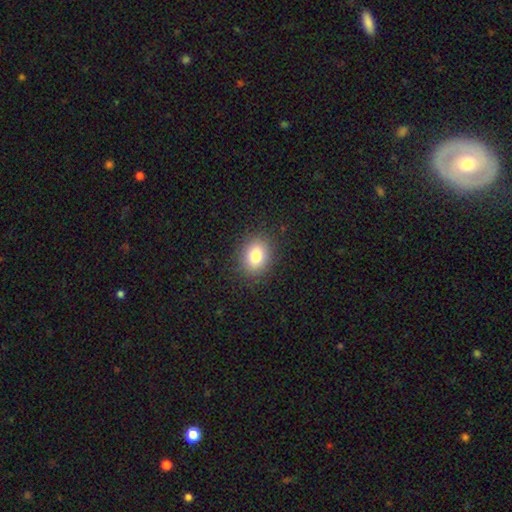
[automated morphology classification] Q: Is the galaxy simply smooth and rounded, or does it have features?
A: smooth — 81%.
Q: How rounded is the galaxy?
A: in between — 51%.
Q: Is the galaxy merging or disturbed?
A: none — 87%.